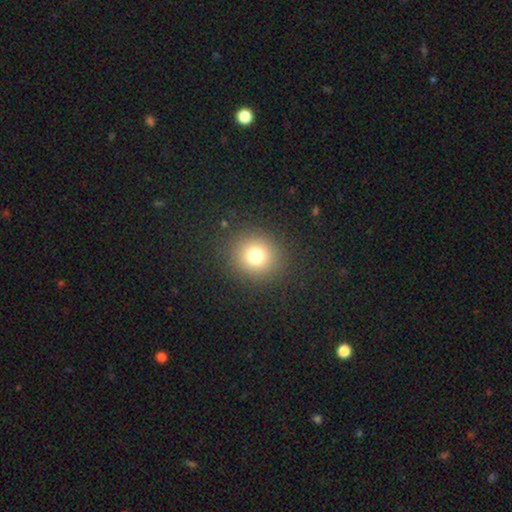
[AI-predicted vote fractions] smooth-or-featured: smooth: 75% | star or artifact: 16% | featured or disk: 9%
  how-rounded: round: 91% | in between: 8% | cigar-shaped: 1%
  merging: none: 89% | minor disturbance: 6% | major disturbance: 3% | merger: 1%